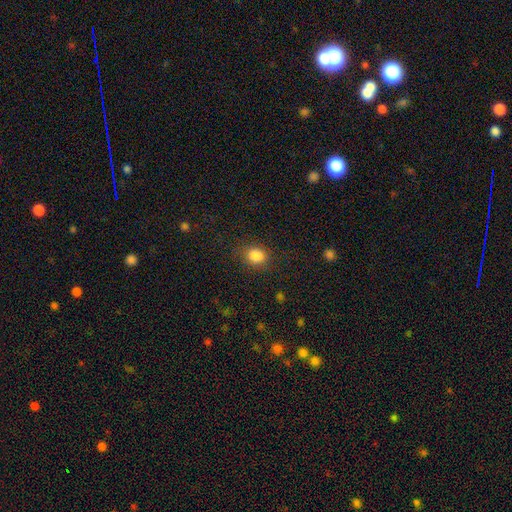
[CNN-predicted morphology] This is clearly a smooth galaxy (86%). How rounded: possibly round (57%). Merging: clearly none (81%).